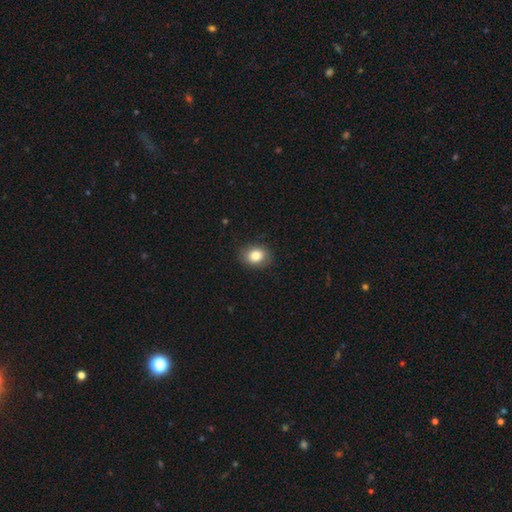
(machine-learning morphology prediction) Smooth or featured? smooth (83%)
How rounded? round (50%)
Merging? none (85%)